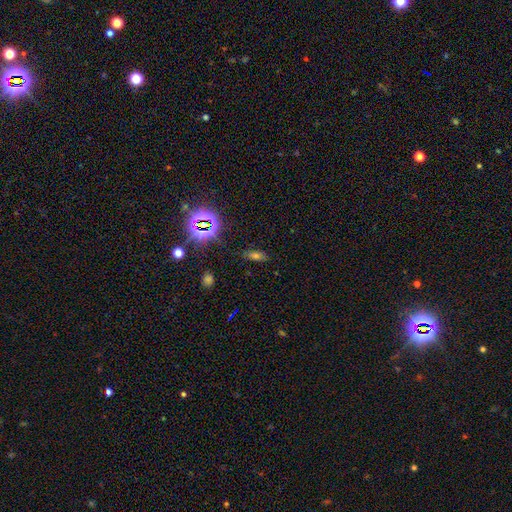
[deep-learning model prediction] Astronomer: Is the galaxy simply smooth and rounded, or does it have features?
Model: star or artifact — 43%, tied with smooth at 43%.